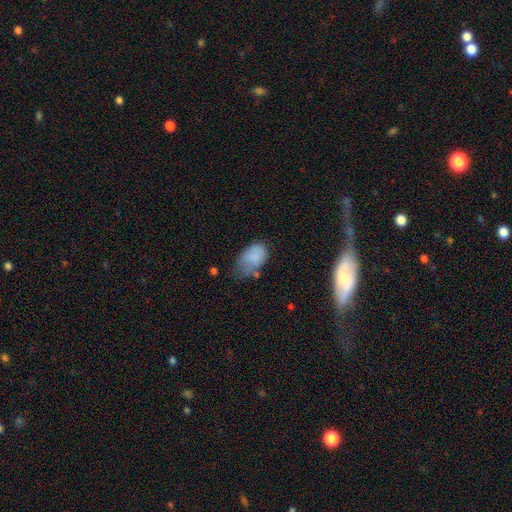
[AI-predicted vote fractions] This is clearly a smooth galaxy (80%). How rounded: clearly in between (89%). Merging: marginally minor disturbance (40%).